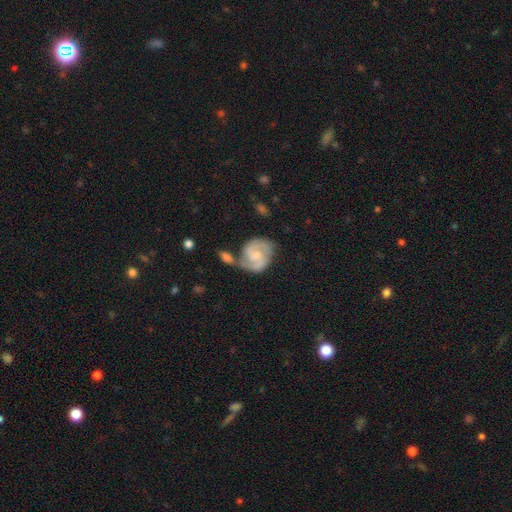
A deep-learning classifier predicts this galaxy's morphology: A featured or disk galaxy (80%) with no bar (46%), 2 (87%) medium (51%) spiral arms (95%) and a small central bulge (39%). Merging: none (46%).